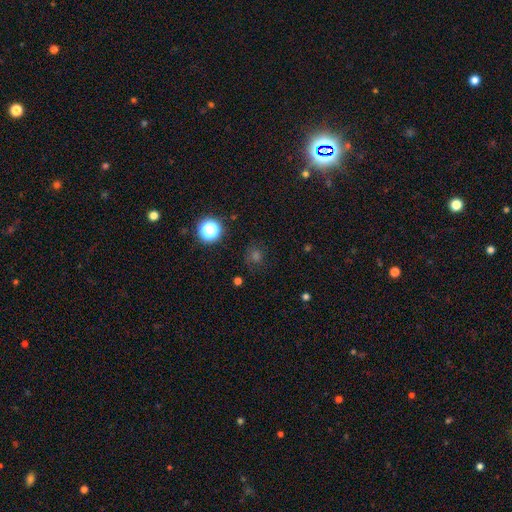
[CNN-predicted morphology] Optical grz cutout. It shows a smooth galaxy with no disk features (51%) that is round (84%). Merging: none (81%).